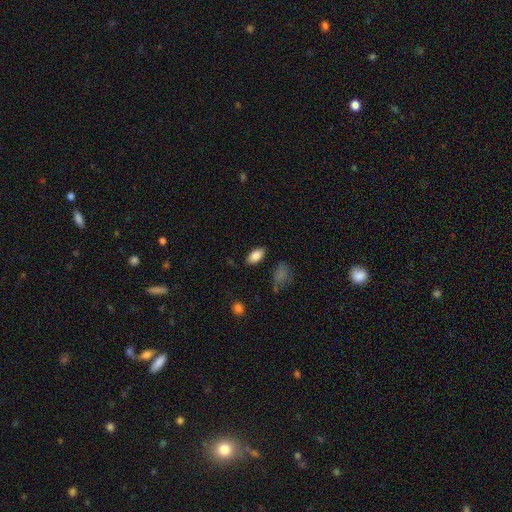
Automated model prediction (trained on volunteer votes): Overall: smooth (85%). How rounded: in between (93%). Merging: none (84%).